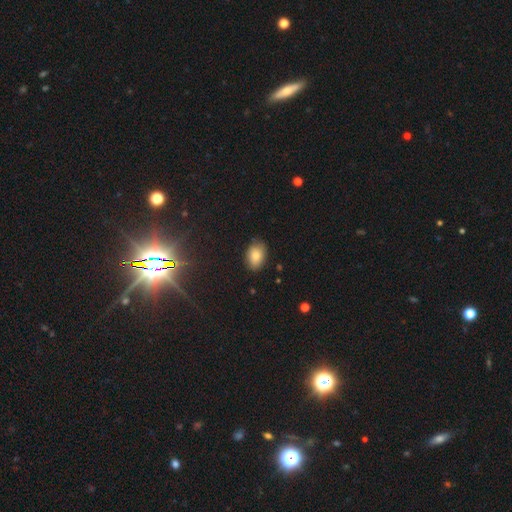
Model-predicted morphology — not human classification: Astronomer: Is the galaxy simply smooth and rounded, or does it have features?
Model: smooth — 82%.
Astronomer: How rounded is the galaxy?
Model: in between — 84%.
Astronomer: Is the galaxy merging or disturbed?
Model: none — 81%.